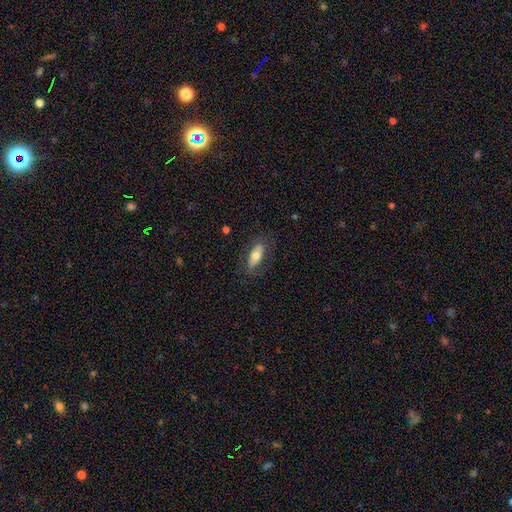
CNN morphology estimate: Overall: smooth (67%). How rounded: in between (80%). Merging: none (80%).